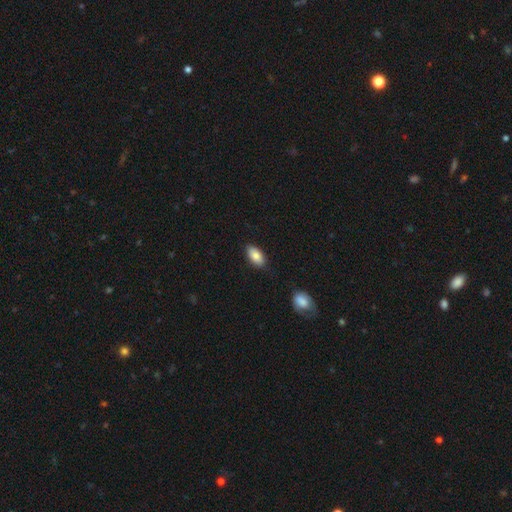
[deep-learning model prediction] Smooth or featured?
  - smooth: 84% *
  - featured or disk: 9%
  - star or artifact: 7%
How rounded?
  - in between: 93% *
  - cigar-shaped: 4%
  - round: 3%
Merging?
  - none: 85% *
  - minor disturbance: 11%
  - major disturbance: 2%
  - merger: 2%